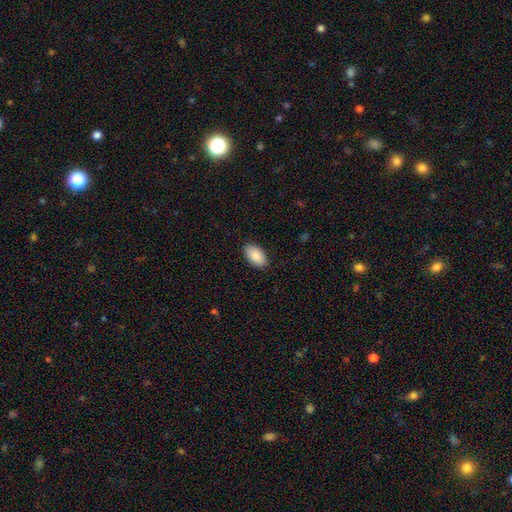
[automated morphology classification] A smooth galaxy with no disk features (89%) that is in between round and cigar-shaped (95%). Merging: none (88%).